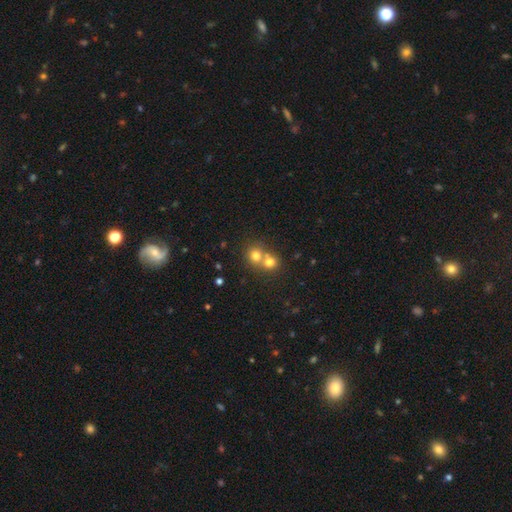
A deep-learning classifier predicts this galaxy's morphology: smooth_or_featured: smooth (p=0.73) [alt: star or artifact p=0.14]
how_rounded: round (p=0.82) [alt: in between p=0.17]
merging: merger (p=0.58) [alt: none p=0.35]